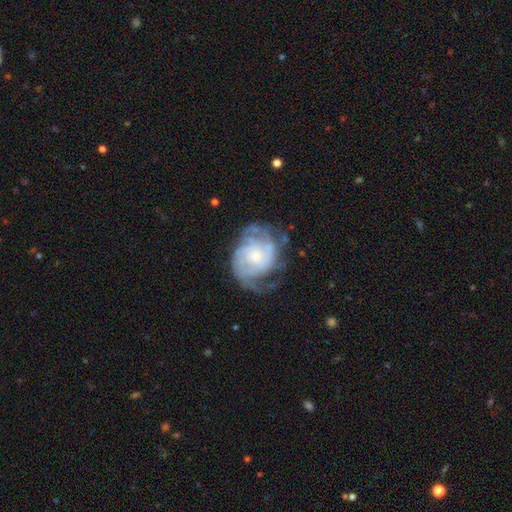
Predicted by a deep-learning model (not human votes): Q: Smooth or featured?
A: featured or disk (81%); runner-up: smooth (13%)
Q: Edge-on disk?
A: no (98%); runner-up: yes (2%)
Q: Bar?
A: no (73%); runner-up: weak (23%)
Q: Spiral arms?
A: yes (91%); runner-up: no (9%)
Q: Spiral winding?
A: tight (51%); runner-up: medium (36%)
Q: Spiral arm count?
A: 2 (34%); tied with: can't tell (34%)
Q: Bulge size?
A: small (55%); runner-up: moderate (30%)
Q: Merging?
A: none (58%); runner-up: minor disturbance (22%)